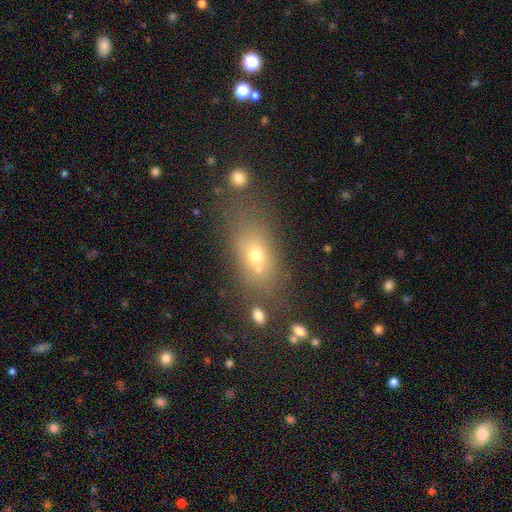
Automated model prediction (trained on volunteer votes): smooth_or_featured: smooth (p=0.65) [alt: featured or disk p=0.18]
how_rounded: in between (p=0.71) [alt: round p=0.21]
merging: none (p=0.58) [alt: merger p=0.17]